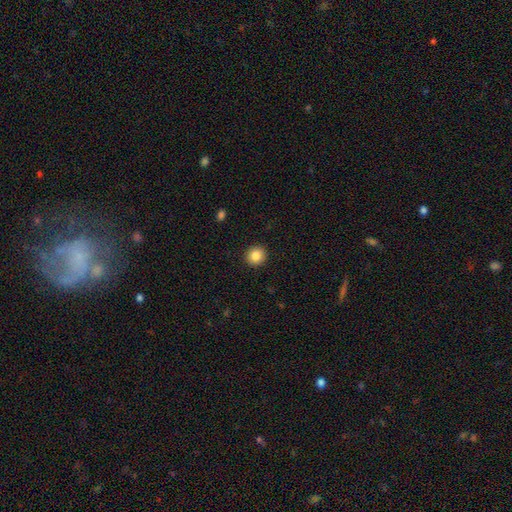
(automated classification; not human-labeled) This appears to be a smooth galaxy with no disk features (85%) that is round (90%). Merging: none (92%).